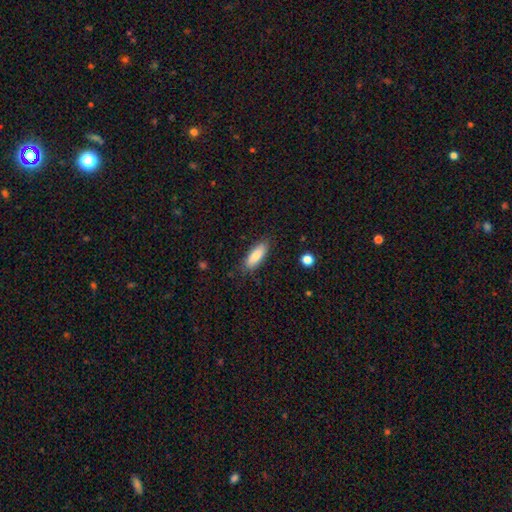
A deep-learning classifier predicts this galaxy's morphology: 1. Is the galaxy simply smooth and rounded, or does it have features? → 84% smooth, 10% featured or disk, 6% star or artifact.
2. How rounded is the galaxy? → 66% in between, 32% cigar-shaped, 2% round.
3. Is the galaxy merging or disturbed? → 82% none, 14% minor disturbance, 3% major disturbance, 1% merger.